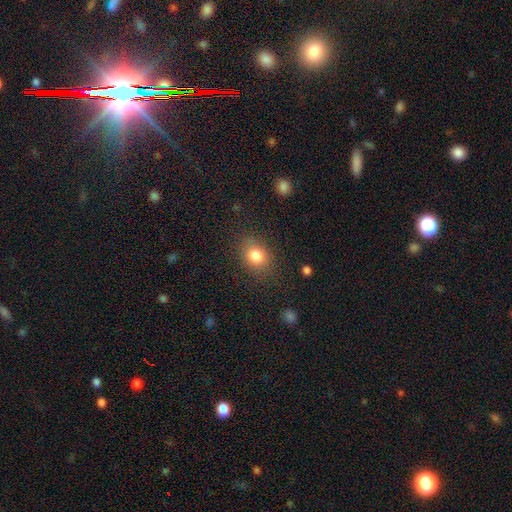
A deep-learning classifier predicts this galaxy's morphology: A smooth galaxy with no disk features (82%) that is in between round and cigar-shaped (56%).

Vote fractions:
- Smooth or featured? smooth: 82% / star or artifact: 10% / featured or disk: 8%
- How rounded? in between: 56% / round: 43% / cigar-shaped: 1%
- Merging? none: 80% / minor disturbance: 13% / major disturbance: 5% / merger: 1%